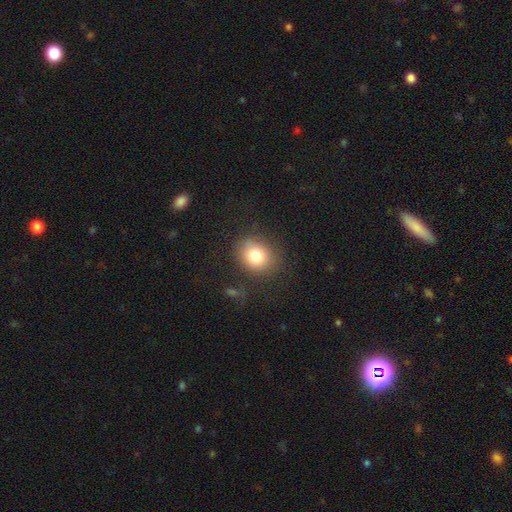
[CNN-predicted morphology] Q: Smooth or featured?
A: smooth (79%); runner-up: star or artifact (10%)
Q: How rounded?
A: round (61%); runner-up: in between (38%)
Q: Merging?
A: none (81%); runner-up: minor disturbance (12%)